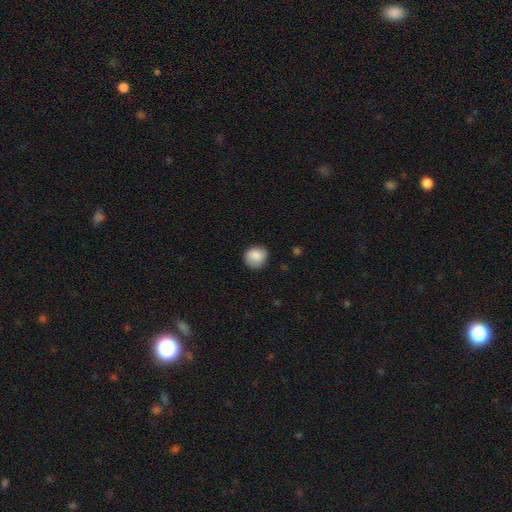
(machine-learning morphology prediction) Smooth or featured?
  - smooth: 84% *
  - featured or disk: 8%
  - star or artifact: 8%
How rounded?
  - round: 83% *
  - in between: 16%
  - cigar-shaped: 1%
Merging?
  - none: 80% *
  - minor disturbance: 15%
  - major disturbance: 3%
  - merger: 1%